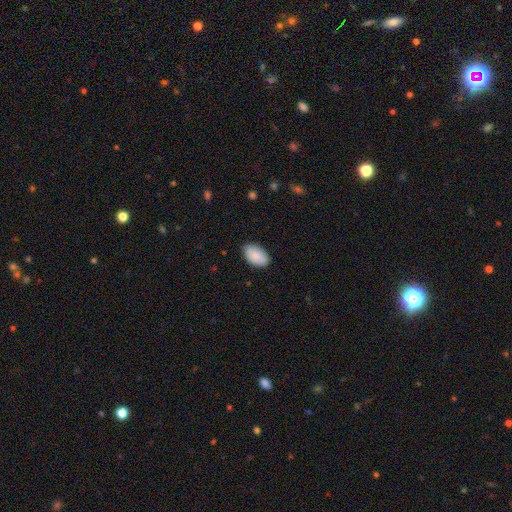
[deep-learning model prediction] Overall: smooth (90%). How rounded: in between (95%). Merging: none (86%).